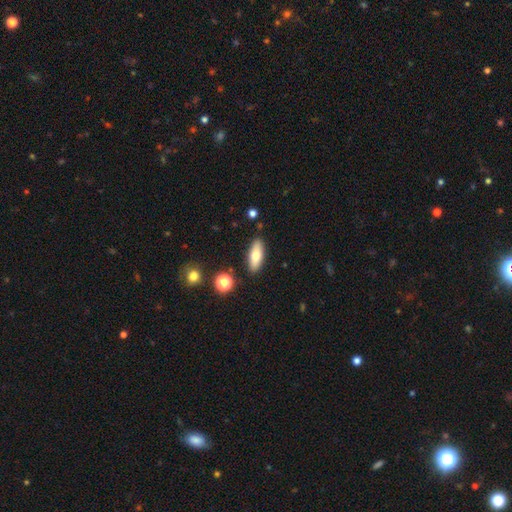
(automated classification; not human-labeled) A smooth galaxy with no disk features (71%) that is in between round and cigar-shaped (69%). Merging: none (87%).